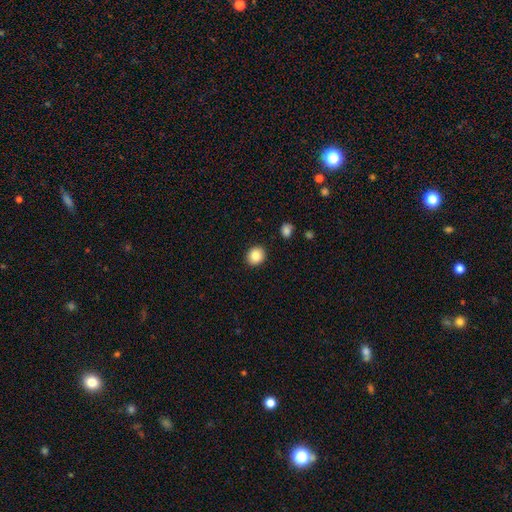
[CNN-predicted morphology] Smooth or featured: smooth — 86% (star or artifact — 9%)
How rounded: round — 76% (in between — 23%)
Merging: none — 90% (minor disturbance — 6%)